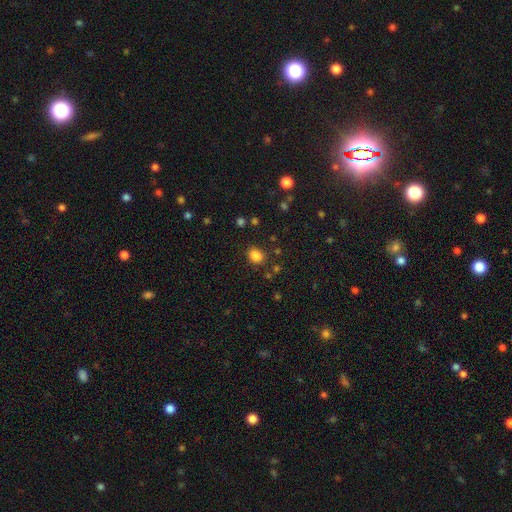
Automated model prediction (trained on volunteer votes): smooth_or_featured: smooth (p=0.84) [alt: star or artifact p=0.12]
how_rounded: in between (p=0.56) [alt: round p=0.43]
merging: none (p=0.81) [alt: minor disturbance p=0.12]